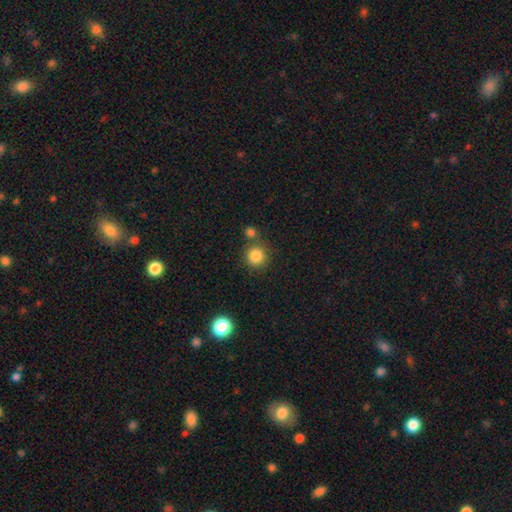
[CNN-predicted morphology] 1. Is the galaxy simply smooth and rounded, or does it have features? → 85% smooth, 11% star or artifact, 5% featured or disk.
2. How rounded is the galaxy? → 92% round, 7% in between, 1% cigar-shaped.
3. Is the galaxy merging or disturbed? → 72% none, 16% merger, 9% minor disturbance, 3% major disturbance.